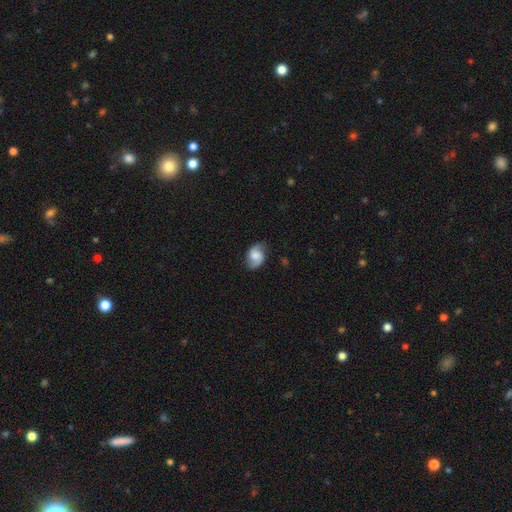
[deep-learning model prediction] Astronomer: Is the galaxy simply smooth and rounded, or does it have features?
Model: featured or disk — 60%.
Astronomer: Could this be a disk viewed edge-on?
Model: no — 97%.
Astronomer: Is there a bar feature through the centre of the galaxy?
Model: no — 54% (runner-up: weak, 38%).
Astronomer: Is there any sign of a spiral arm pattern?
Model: yes — 93%.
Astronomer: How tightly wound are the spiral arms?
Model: medium — 42% (runner-up: loose, 41%).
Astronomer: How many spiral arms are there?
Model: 2 — 90%.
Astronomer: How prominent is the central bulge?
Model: moderate — 36% (runner-up: large, 24%).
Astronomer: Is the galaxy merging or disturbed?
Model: none — 78%.